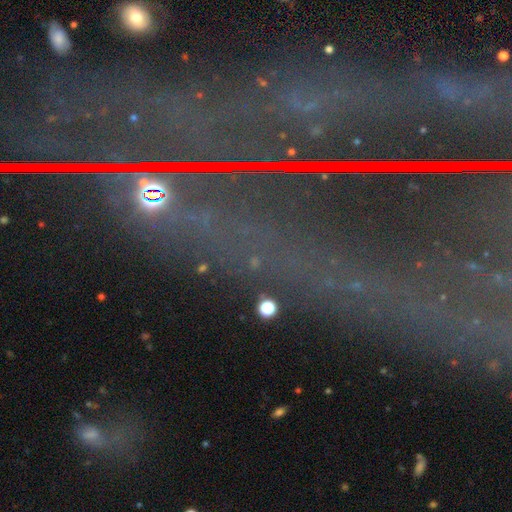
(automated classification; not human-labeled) smooth_or_featured: star or artifact (p=0.81) [alt: featured or disk p=0.11]